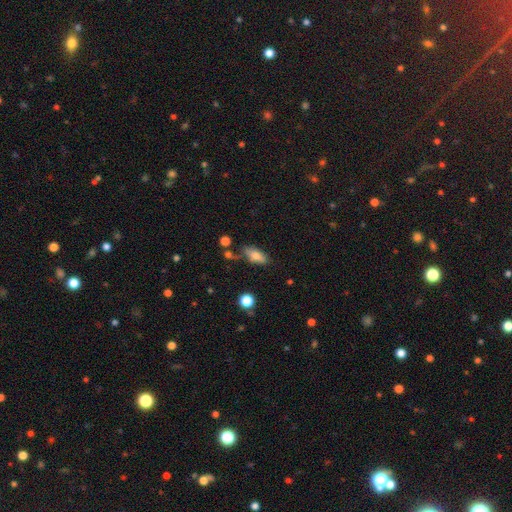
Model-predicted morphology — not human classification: A smooth galaxy with no disk features (73%) that is in between round and cigar-shaped (83%).

Vote fractions:
- Smooth or featured? smooth: 73% / featured or disk: 18% / star or artifact: 9%
- How rounded? in between: 83% / cigar-shaped: 13% / round: 4%
- Merging? none: 56% / minor disturbance: 24% / major disturbance: 10% / merger: 10%